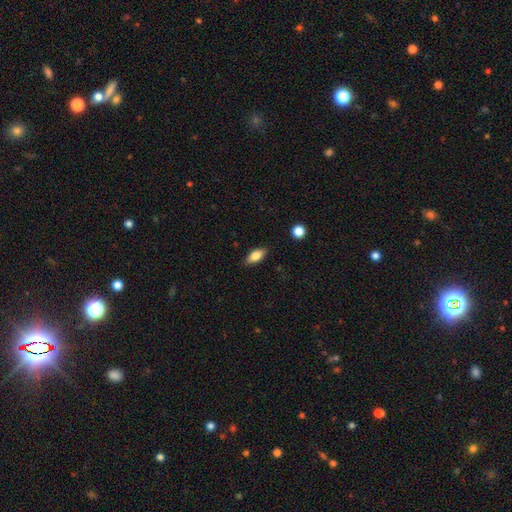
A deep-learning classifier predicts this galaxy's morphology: Smooth or featured? smooth (80%)
How rounded? in between (86%)
Merging? none (86%)